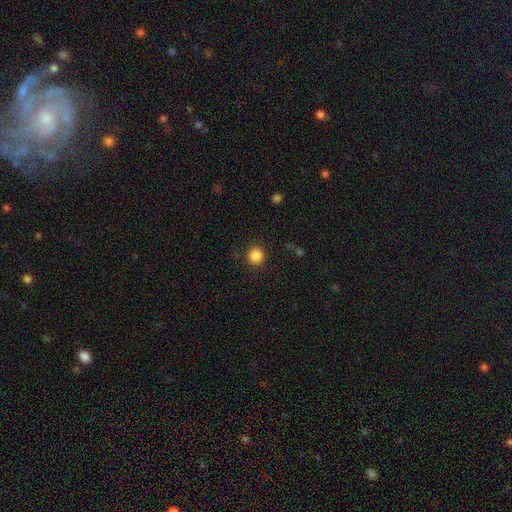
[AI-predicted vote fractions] This is clearly a smooth galaxy (86%). How rounded: clearly round (93%). Merging: clearly none (90%).